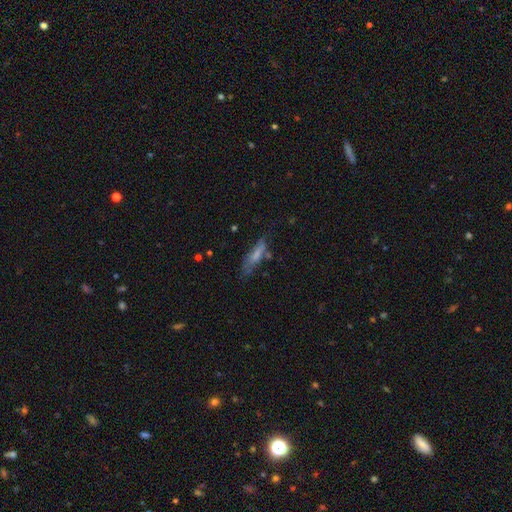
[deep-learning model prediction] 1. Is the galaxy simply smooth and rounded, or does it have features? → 50% smooth, 37% featured or disk, 13% star or artifact.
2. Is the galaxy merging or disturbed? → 60% none, 23% minor disturbance, 11% major disturbance, 5% merger.